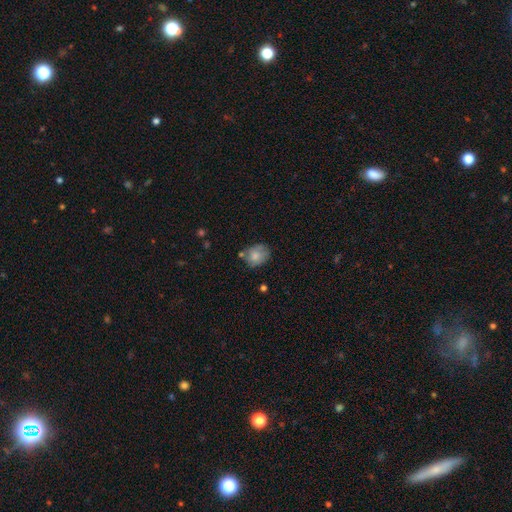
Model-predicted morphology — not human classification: This is likely a smooth galaxy (73%). How rounded: possibly in between (51%). Merging: possibly none (58%).